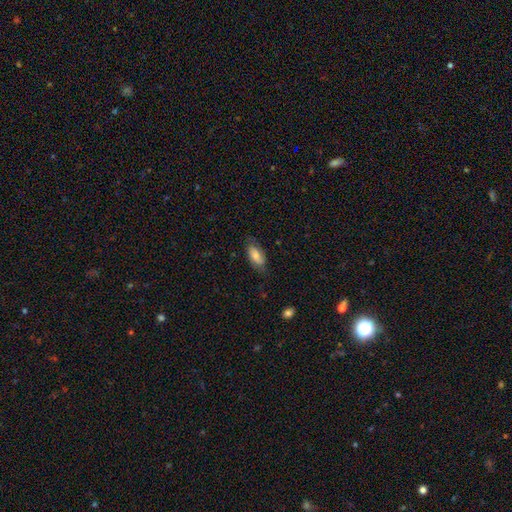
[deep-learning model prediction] Smooth or featured?
  - smooth: 71% *
  - featured or disk: 23%
  - star or artifact: 7%
How rounded?
  - in between: 90% *
  - cigar-shaped: 6%
  - round: 3%
Merging?
  - none: 71% *
  - minor disturbance: 23%
  - major disturbance: 6%
  - merger: 1%